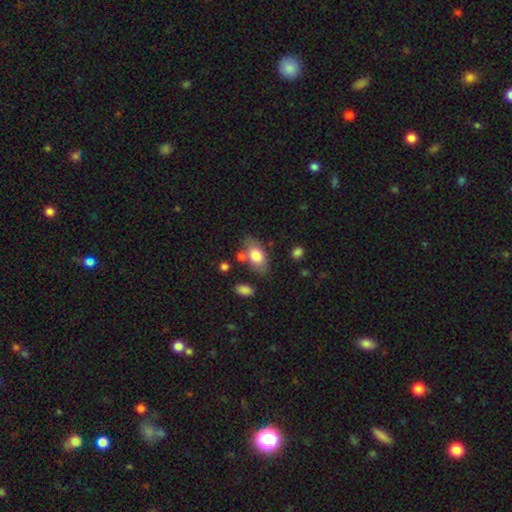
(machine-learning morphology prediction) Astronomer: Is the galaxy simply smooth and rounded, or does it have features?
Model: smooth — 77%.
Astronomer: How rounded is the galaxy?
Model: in between — 89%.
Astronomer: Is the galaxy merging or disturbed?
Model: none — 70%.